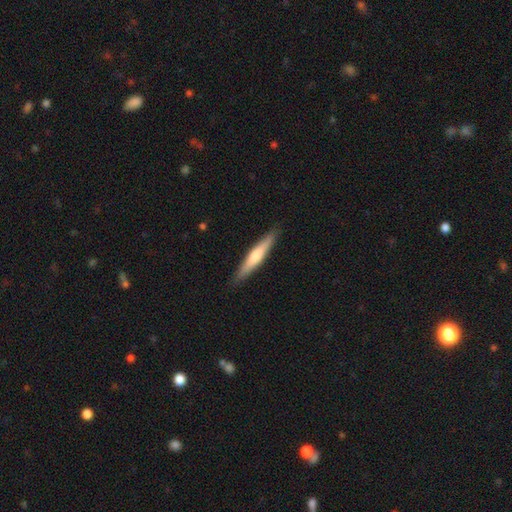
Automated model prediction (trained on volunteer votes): This appears to be a smooth galaxy with no disk features (53%) that is cigar-shaped (92%). Merging: none (90%).